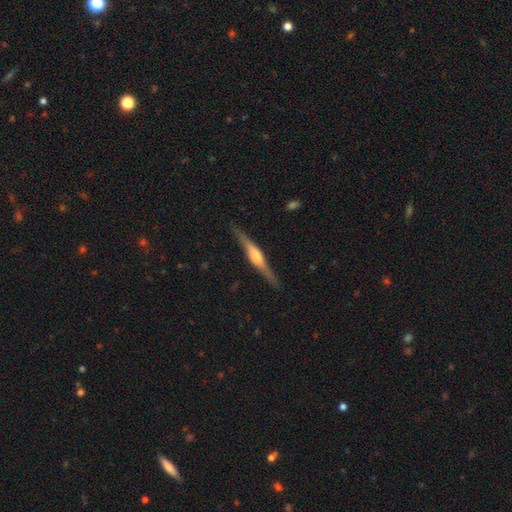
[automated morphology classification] featured or disk 79%, smooth 16%, star or artifact 5%. Down the decision tree: edge-on disk — yes (98%); edge-on bulge — rounded (80%); merging — none (89%).